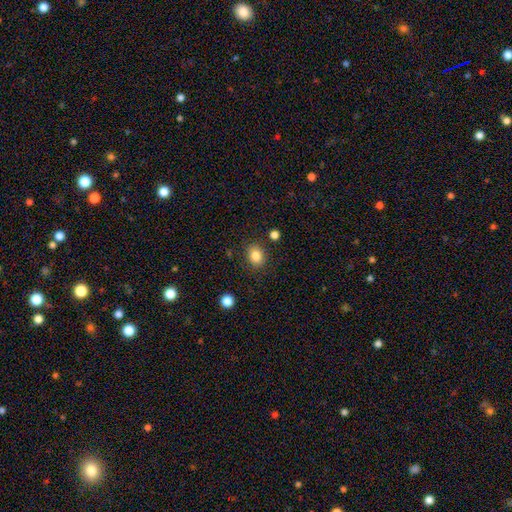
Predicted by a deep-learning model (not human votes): smooth 84%, star or artifact 10%, featured or disk 6%. Down the decision tree: how rounded — round (51%); merging — none (84%).